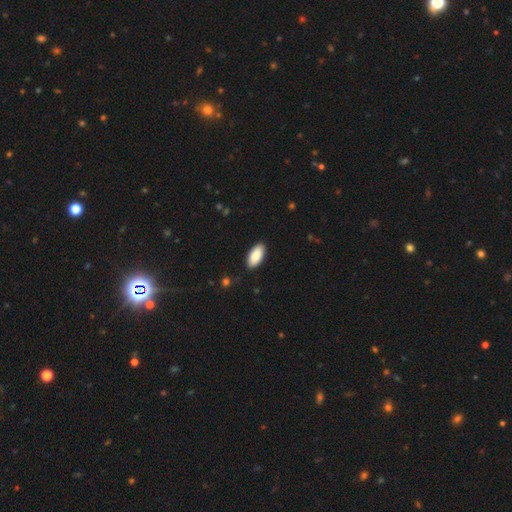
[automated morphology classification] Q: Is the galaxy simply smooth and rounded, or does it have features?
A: smooth — 89%.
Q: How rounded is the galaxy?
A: in between — 93%.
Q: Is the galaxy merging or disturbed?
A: none — 88%.